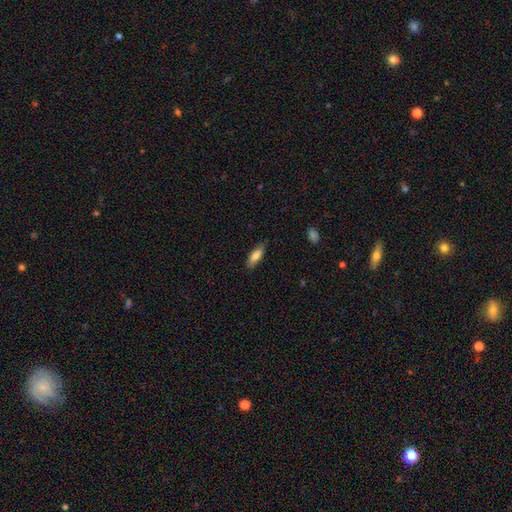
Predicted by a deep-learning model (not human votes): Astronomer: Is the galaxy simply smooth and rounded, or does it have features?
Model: smooth — 78%.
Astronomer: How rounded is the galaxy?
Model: in between — 58% (runner-up: cigar-shaped, 41%).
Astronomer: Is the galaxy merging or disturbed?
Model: none — 77%.